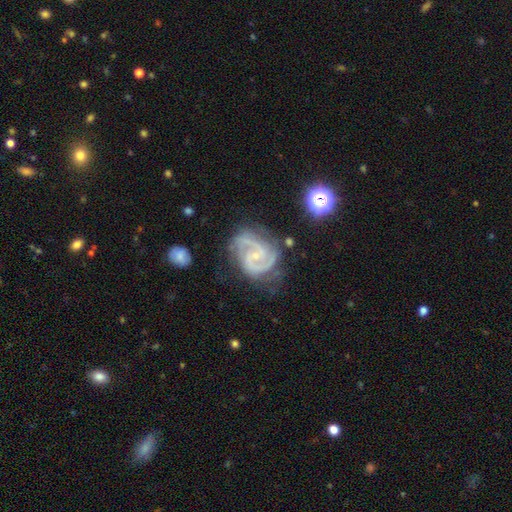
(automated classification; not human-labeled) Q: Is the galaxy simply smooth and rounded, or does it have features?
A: featured or disk — 91%.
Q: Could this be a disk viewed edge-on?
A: no — 98%.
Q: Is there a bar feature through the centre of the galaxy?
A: no — 46%.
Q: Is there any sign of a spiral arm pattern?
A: yes — 98%.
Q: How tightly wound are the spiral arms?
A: medium — 51%.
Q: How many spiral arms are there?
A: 2 — 80%.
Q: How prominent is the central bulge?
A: small — 78%.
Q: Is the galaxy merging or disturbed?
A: none — 64%.